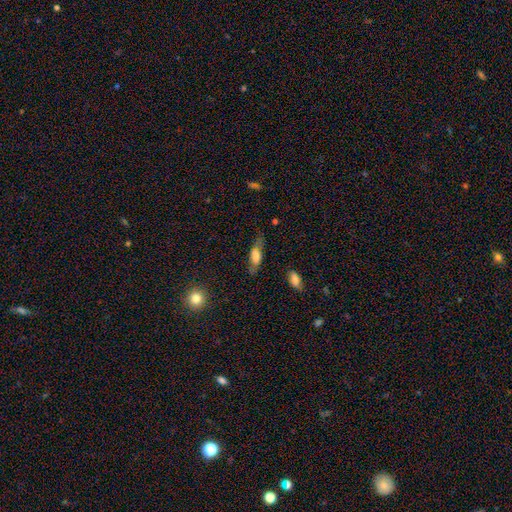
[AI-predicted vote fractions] A smooth galaxy with no disk features (59%) that is in between round and cigar-shaped (52%).

Vote fractions:
- Smooth or featured? smooth: 59% / featured or disk: 33% / star or artifact: 8%
- How rounded? in between: 52% / cigar-shaped: 45% / round: 3%
- Merging? none: 71% / minor disturbance: 19% / major disturbance: 7% / merger: 2%